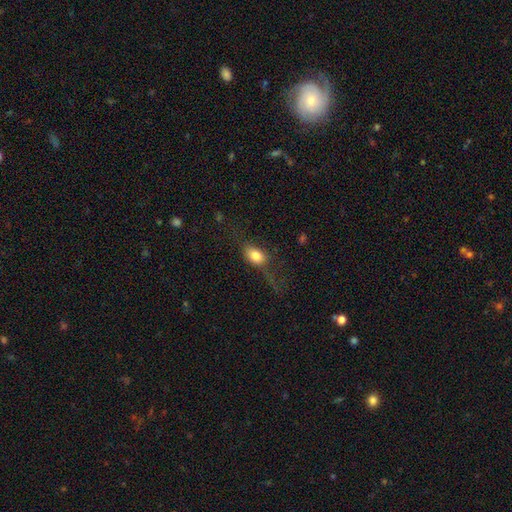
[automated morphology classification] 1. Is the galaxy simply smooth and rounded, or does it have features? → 77% smooth, 14% featured or disk, 9% star or artifact.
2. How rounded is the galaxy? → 76% in between, 20% round, 3% cigar-shaped.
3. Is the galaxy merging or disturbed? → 47% none, 29% major disturbance, 22% minor disturbance, 3% merger.